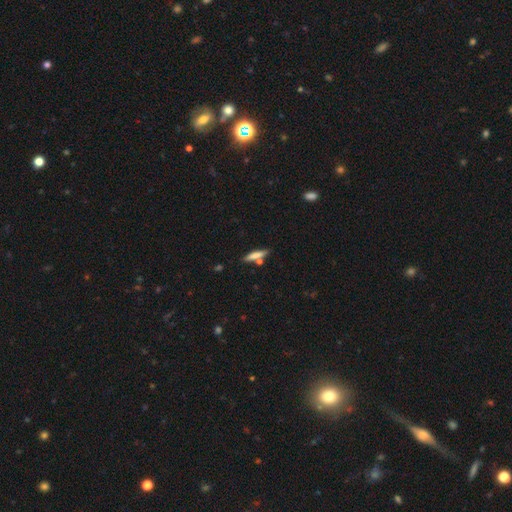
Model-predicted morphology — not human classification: smooth-or-featured: smooth: 72% | featured or disk: 21% | star or artifact: 7%
  how-rounded: cigar-shaped: 86% | in between: 13% | round: 2%
  merging: none: 76% | minor disturbance: 11% | merger: 10% | major disturbance: 3%